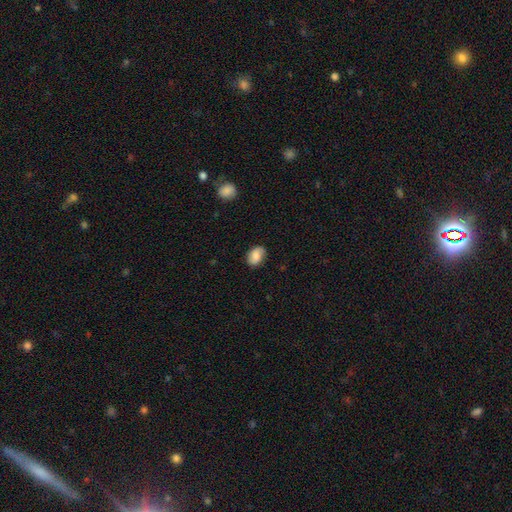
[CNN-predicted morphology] A smooth galaxy with no disk features (69%) that is in between round and cigar-shaped (77%).

Vote fractions:
- Smooth or featured? smooth: 69% / featured or disk: 22% / star or artifact: 9%
- How rounded? in between: 77% / round: 22% / cigar-shaped: 1%
- Merging? none: 76% / minor disturbance: 18% / major disturbance: 4% / merger: 1%